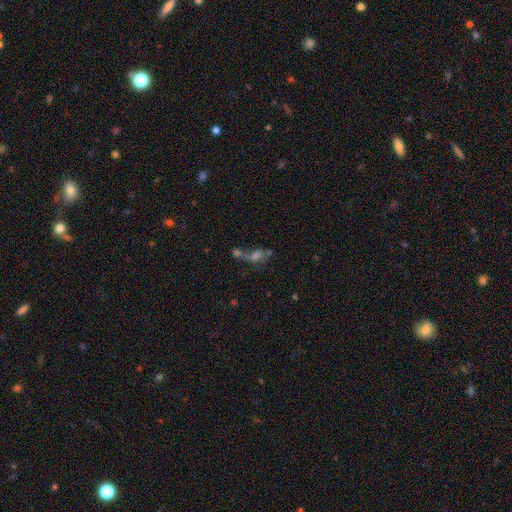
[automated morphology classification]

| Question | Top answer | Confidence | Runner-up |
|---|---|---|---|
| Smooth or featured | smooth | 37% | featured or disk (36%) |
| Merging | merger | 47% | none (27%) |